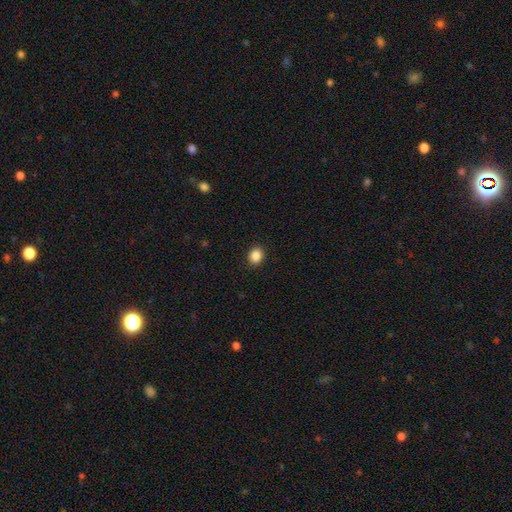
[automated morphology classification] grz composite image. It shows a smooth galaxy with no disk features (87%) that is round (67%). Merging: none (92%).